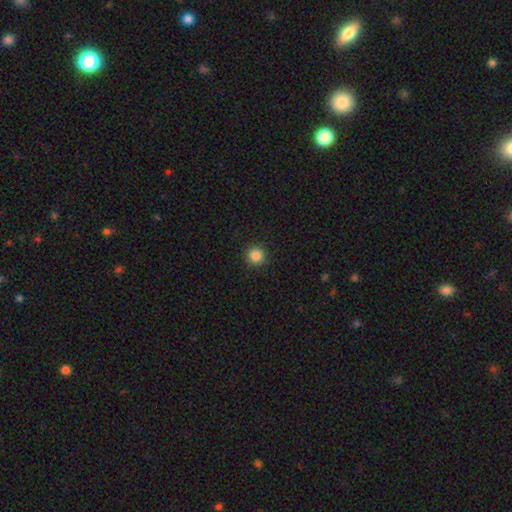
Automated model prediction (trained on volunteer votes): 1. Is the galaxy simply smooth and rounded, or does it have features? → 85% smooth, 11% star or artifact, 4% featured or disk.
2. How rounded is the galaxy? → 96% round, 3% in between, 1% cigar-shaped.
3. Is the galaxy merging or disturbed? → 93% none, 4% minor disturbance, 2% major disturbance, 1% merger.